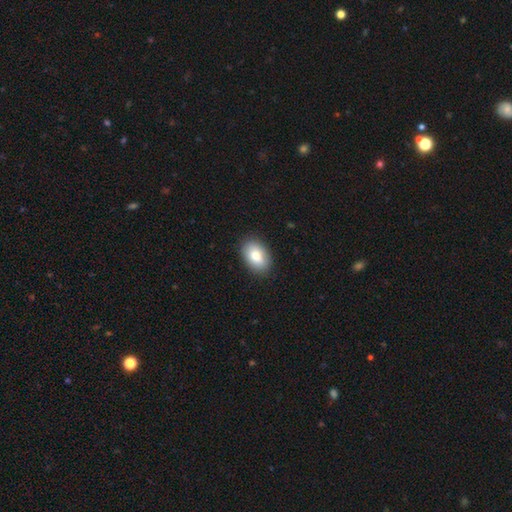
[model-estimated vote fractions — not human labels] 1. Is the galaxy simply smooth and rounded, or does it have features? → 81% smooth, 11% featured or disk, 8% star or artifact.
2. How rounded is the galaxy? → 87% in between, 12% round, 1% cigar-shaped.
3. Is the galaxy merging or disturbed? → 89% none, 8% minor disturbance, 2% major disturbance, 1% merger.